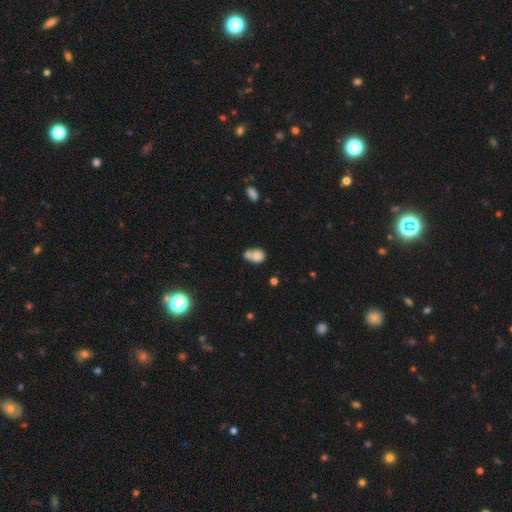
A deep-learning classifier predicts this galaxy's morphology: This is likely a smooth galaxy (77%). How rounded: possibly in between (59%). Merging: possibly merger (54%).